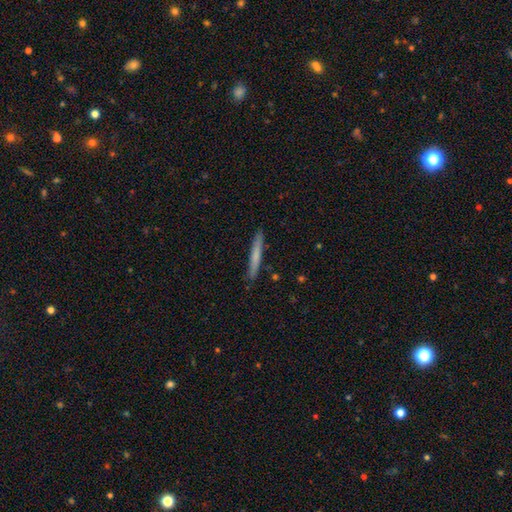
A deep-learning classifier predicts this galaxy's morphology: Q: Smooth or featured?
A: smooth (68%); runner-up: featured or disk (27%)
Q: How rounded?
A: cigar-shaped (96%); runner-up: in between (2%)
Q: Merging?
A: none (90%); runner-up: minor disturbance (8%)